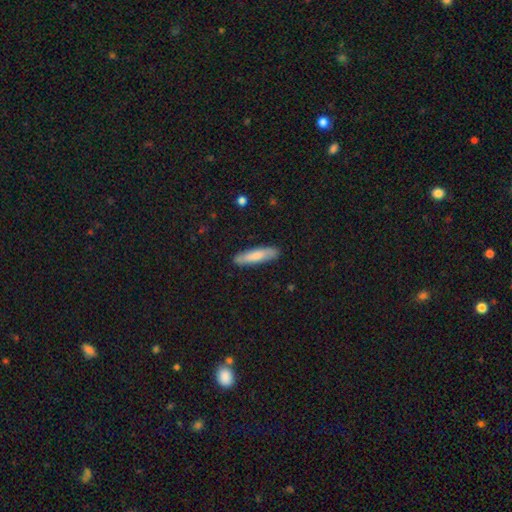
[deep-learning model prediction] Smooth or featured?
  - smooth: 77% *
  - featured or disk: 18%
  - star or artifact: 5%
How rounded?
  - cigar-shaped: 79% *
  - in between: 20%
  - round: 1%
Merging?
  - none: 88% *
  - minor disturbance: 9%
  - major disturbance: 2%
  - merger: 1%